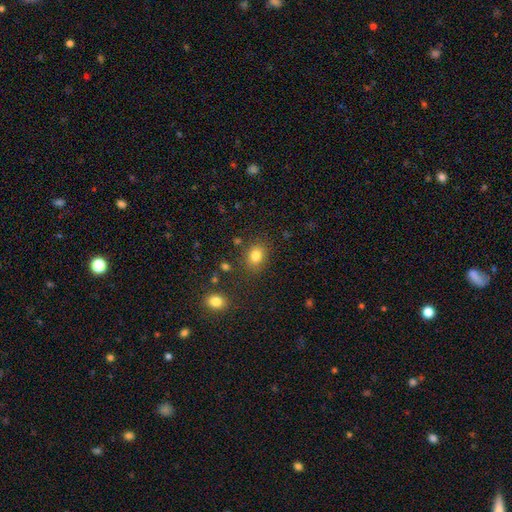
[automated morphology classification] This is clearly a smooth galaxy (82%). How rounded: possibly in between (55%). Merging: clearly none (81%).